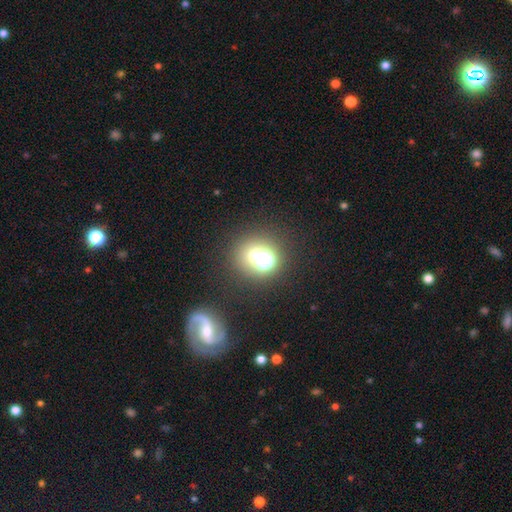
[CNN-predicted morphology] This is marginally a star or artifact rather than a galaxy (45%).